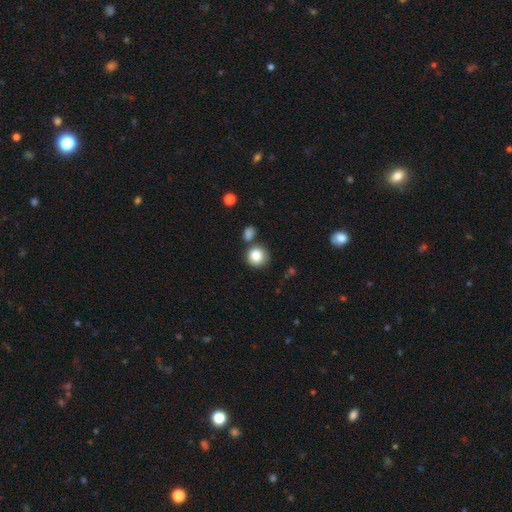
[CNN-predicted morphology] This is clearly a smooth galaxy (85%). How rounded: clearly round (90%). Merging: likely none (69%).